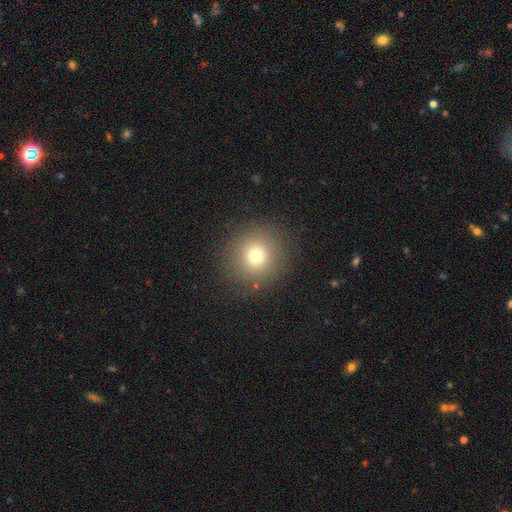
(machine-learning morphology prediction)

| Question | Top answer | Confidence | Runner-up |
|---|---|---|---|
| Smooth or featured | smooth | 73% | star or artifact (16%) |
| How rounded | round | 94% | in between (5%) |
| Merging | none | 88% | minor disturbance (7%) |